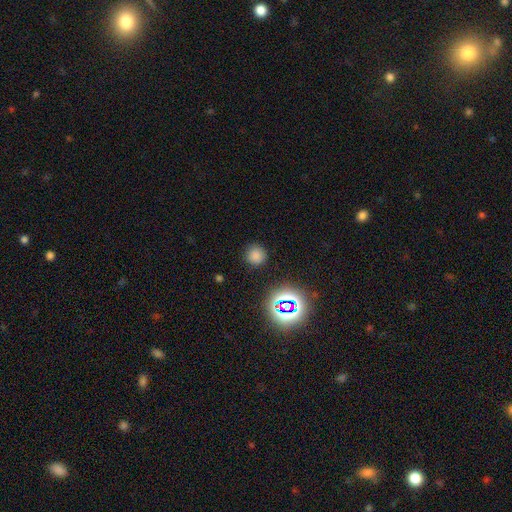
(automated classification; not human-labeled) The model was most divided on "smooth or featured": smooth: 73%, star or artifact: 21%, featured or disk: 5%. More confident: how rounded — round (93%); merging — none (88%).